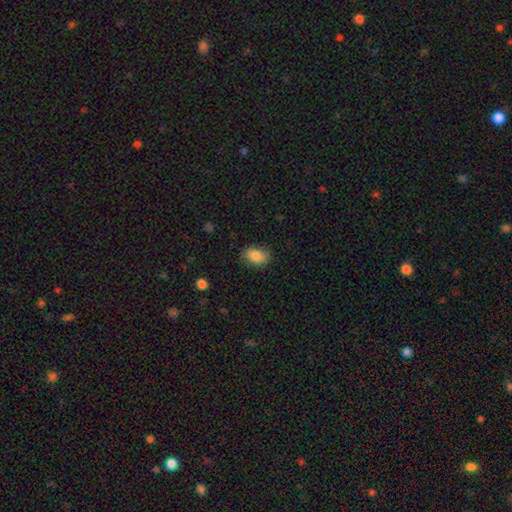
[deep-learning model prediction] Morphology: type=smooth (86%); roundness=in between (87%); merging=none (79%).